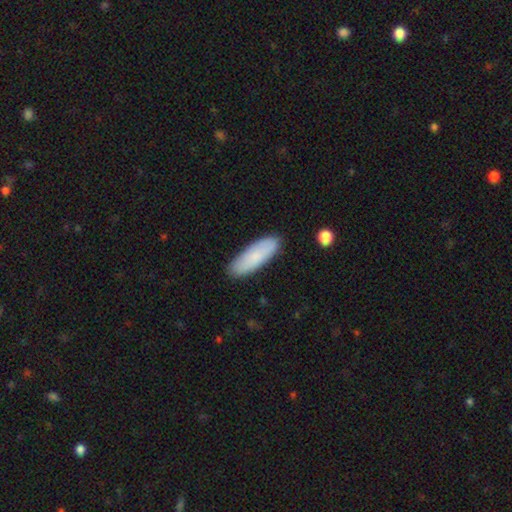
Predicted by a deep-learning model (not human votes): A smooth galaxy with no disk features (82%) that is in between round and cigar-shaped (56%). Merging: none (86%).